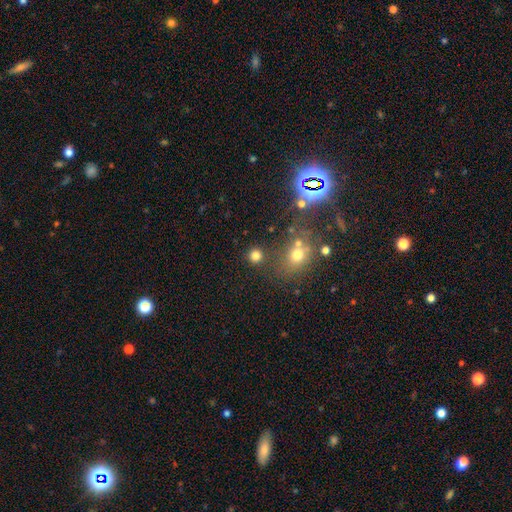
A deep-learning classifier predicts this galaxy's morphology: This is likely a smooth galaxy (76%). How rounded: clearly round (90%). Merging: clearly none (80%).